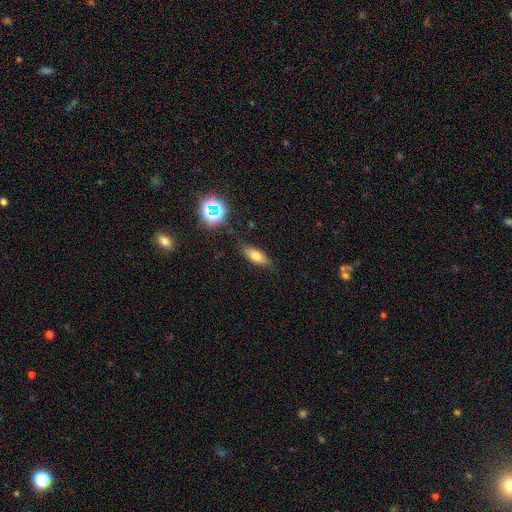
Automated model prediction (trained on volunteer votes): Smooth or featured? smooth (68%)
How rounded? in between (67%)
Merging? none (80%)